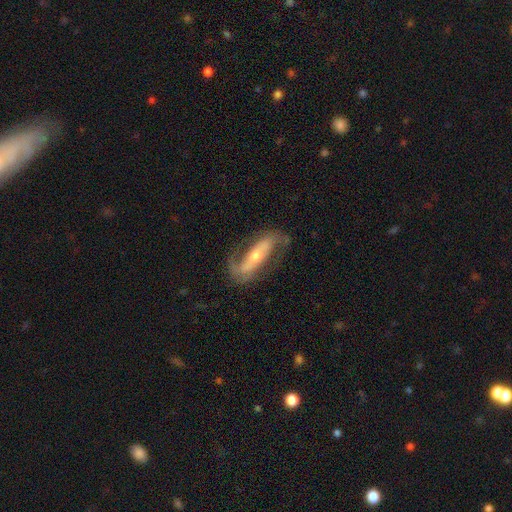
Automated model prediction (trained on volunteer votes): Q: Smooth or featured?
A: featured or disk (85%); runner-up: smooth (10%)
Q: Edge-on disk?
A: no (87%); runner-up: yes (13%)
Q: Bar?
A: strong (55%); runner-up: no (24%)
Q: Spiral arms?
A: yes (93%); runner-up: no (7%)
Q: Spiral winding?
A: medium (41%); runner-up: loose (40%)
Q: Spiral arm count?
A: 2 (88%); runner-up: 1 (5%)
Q: Bulge size?
A: small (51%); runner-up: moderate (44%)
Q: Merging?
A: none (73%); runner-up: minor disturbance (15%)